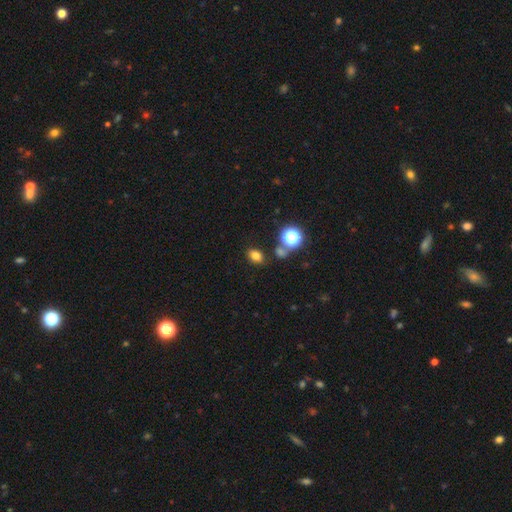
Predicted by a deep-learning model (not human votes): The model was most divided on "how rounded": in between: 69%, round: 30%, cigar-shaped: 1%. More confident: merging — none (78%); smooth or featured — smooth (76%).